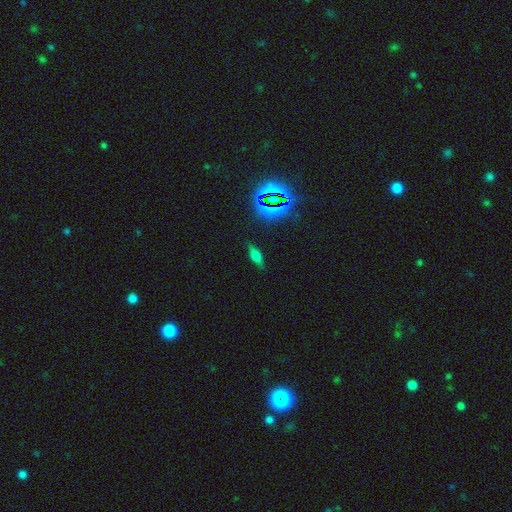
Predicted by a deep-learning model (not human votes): Smooth or featured?
  - smooth: 51% *
  - featured or disk: 28%
  - star or artifact: 21%
How rounded?
  - in between: 57% *
  - cigar-shaped: 37%
  - round: 6%
Merging?
  - none: 82% *
  - minor disturbance: 13%
  - major disturbance: 4%
  - merger: 2%